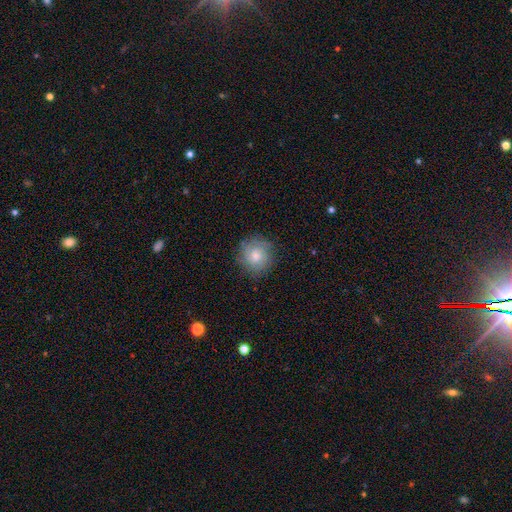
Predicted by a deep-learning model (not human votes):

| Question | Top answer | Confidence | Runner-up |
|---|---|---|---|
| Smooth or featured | smooth | 53% | featured or disk (38%) |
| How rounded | round | 90% | in between (9%) |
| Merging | none | 81% | minor disturbance (13%) |